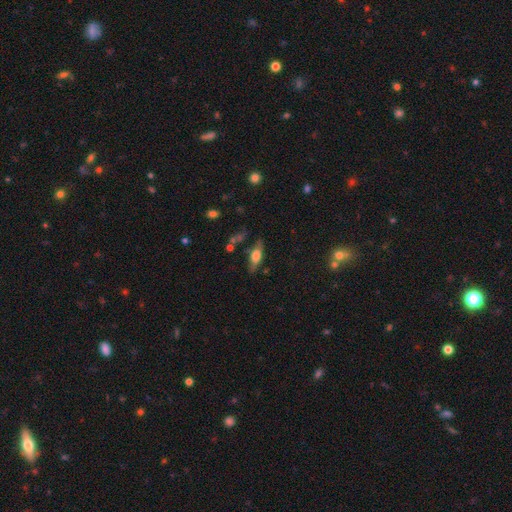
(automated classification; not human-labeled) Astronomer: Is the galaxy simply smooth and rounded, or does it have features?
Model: smooth — 51% (runner-up: featured or disk, 41%).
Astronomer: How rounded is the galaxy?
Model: in between — 65%.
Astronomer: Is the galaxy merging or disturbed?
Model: none — 69%.